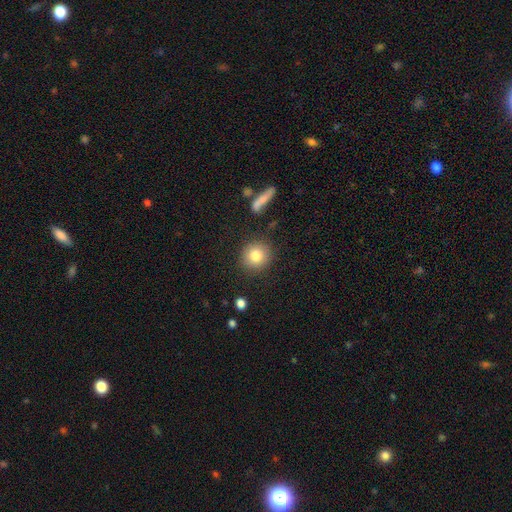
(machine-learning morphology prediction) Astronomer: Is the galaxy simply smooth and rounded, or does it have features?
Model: smooth — 81%.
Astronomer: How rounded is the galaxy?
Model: round — 89%.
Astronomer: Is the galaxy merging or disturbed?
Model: none — 87%.